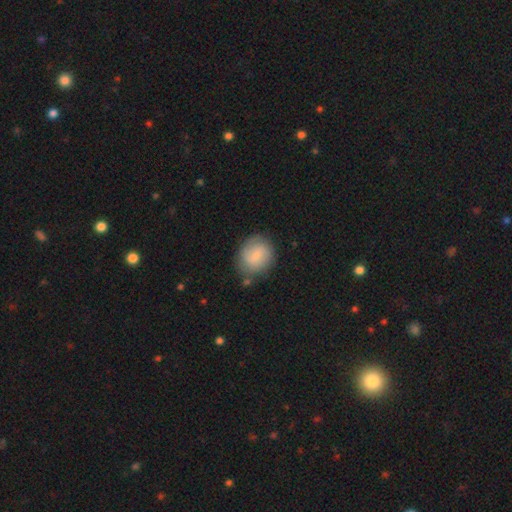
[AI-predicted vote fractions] smooth-or-featured: smooth: 71% | featured or disk: 22% | star or artifact: 7%
  how-rounded: round: 75% | in between: 24% | cigar-shaped: 1%
  merging: none: 74% | minor disturbance: 17% | major disturbance: 5% | merger: 4%